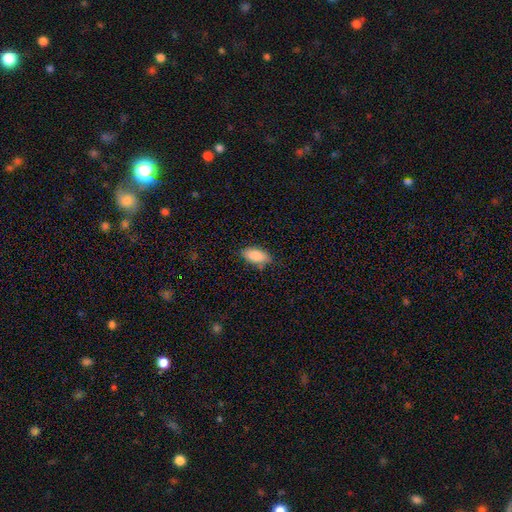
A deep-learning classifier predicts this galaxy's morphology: Smooth or featured?
  - smooth: 87% *
  - star or artifact: 6%
  - featured or disk: 6%
How rounded?
  - in between: 88% *
  - cigar-shaped: 9%
  - round: 2%
Merging?
  - none: 79% *
  - minor disturbance: 16%
  - major disturbance: 3%
  - merger: 1%